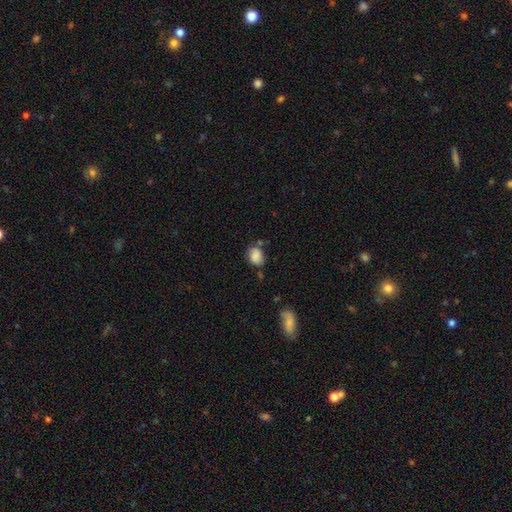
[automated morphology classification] Smooth or featured: smooth — 83% (star or artifact — 9%)
How rounded: in between — 62% (round — 37%)
Merging: none — 58% (minor disturbance — 25%)